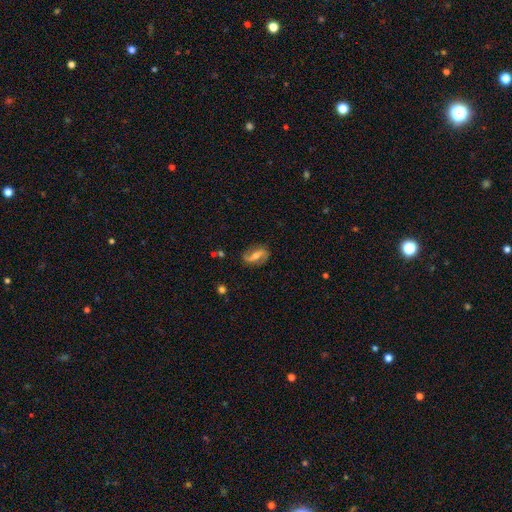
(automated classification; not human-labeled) A featured or disk galaxy (77%) with a strong bar (44%), 2 (91%) loose (59%) spiral arms (90%) and a moderate central bulge (59%).

Vote fractions:
- Smooth or featured? featured or disk: 77% / smooth: 17% / star or artifact: 6%
- Edge-on disk? no: 93% / yes: 7%
- Bar? strong: 44% / weak: 34% / no: 22%
- Spiral arms? yes: 90% / no: 10%
- Spiral winding? loose: 59% / medium: 29% / tight: 12%
- Spiral arm count? 2: 91% / can't tell: 3% / 1: 3% / 3: 1% / 4: 1% / more than 4: 1%
- Bulge size? moderate: 59% / small: 32% / large: 5% / none: 3% / dominant: 1%
- Merging? none: 83% / minor disturbance: 12% / major disturbance: 4% / merger: 2%